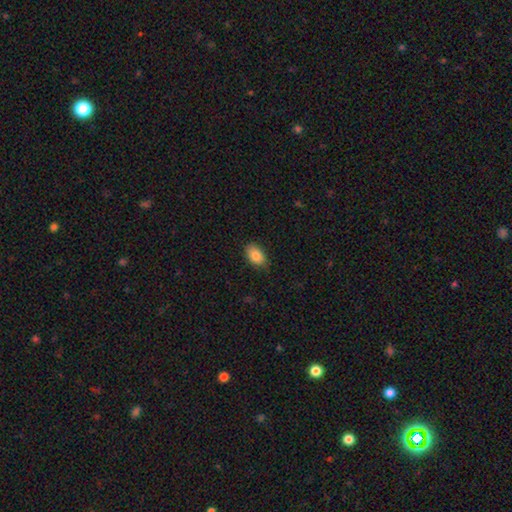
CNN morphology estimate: Q: Smooth or featured?
A: smooth (86%); runner-up: star or artifact (7%)
Q: How rounded?
A: in between (90%); runner-up: round (8%)
Q: Merging?
A: none (82%); runner-up: minor disturbance (14%)